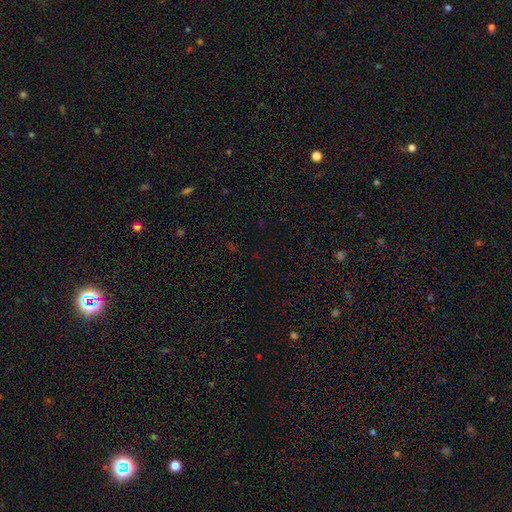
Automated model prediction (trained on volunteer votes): This is likely a star or artifact rather than a galaxy (67%).